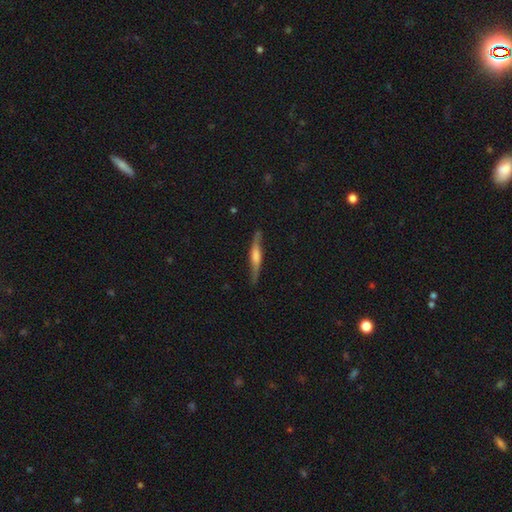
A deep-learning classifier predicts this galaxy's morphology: A featured or disk galaxy (71%) viewed edge-on (91%) with a rounded central bulge (64%).

Vote fractions:
- Smooth or featured? featured or disk: 71% / smooth: 23% / star or artifact: 6%
- Edge-on disk? yes: 91% / no: 9%
- Edge-on bulge? rounded: 64% / boxy: 25% / none: 11%
- Merging? none: 82% / minor disturbance: 14% / major disturbance: 3% / merger: 1%